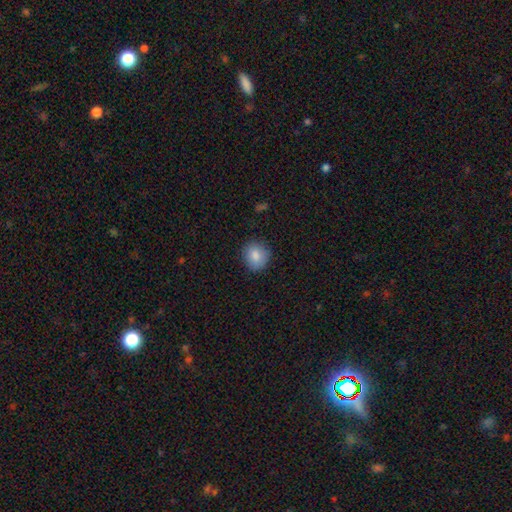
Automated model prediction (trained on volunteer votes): A smooth galaxy with no disk features (85%) that is round (83%). Merging: none (86%).